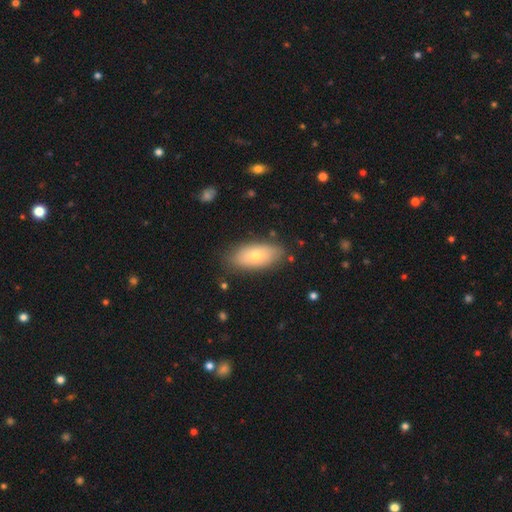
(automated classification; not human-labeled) A smooth galaxy with no disk features (68%) that is in between round and cigar-shaped (89%).

Vote fractions:
- Smooth or featured? smooth: 68% / featured or disk: 25% / star or artifact: 7%
- How rounded? in between: 89% / cigar-shaped: 7% / round: 4%
- Merging? none: 82% / minor disturbance: 14% / major disturbance: 3% / merger: 2%